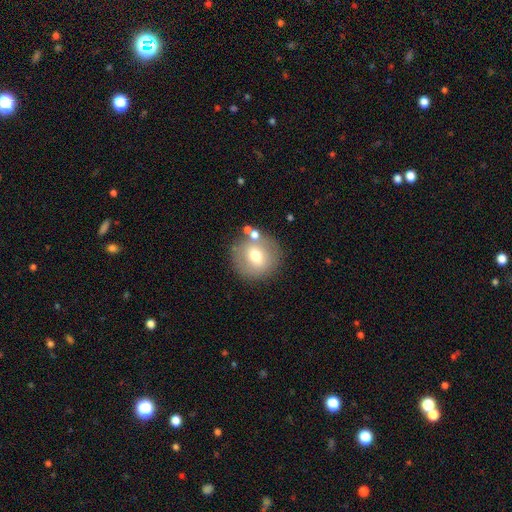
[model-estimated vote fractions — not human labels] Smooth or featured?
  - smooth: 64% *
  - featured or disk: 26%
  - star or artifact: 10%
How rounded?
  - round: 89% *
  - in between: 10%
  - cigar-shaped: 1%
Merging?
  - none: 75% *
  - minor disturbance: 12%
  - merger: 9%
  - major disturbance: 5%